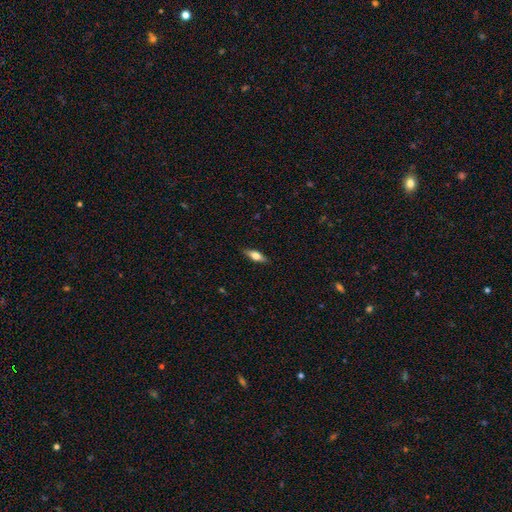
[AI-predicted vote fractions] Q: Smooth or featured?
A: smooth (57%); runner-up: featured or disk (36%)
Q: How rounded?
A: in between (61%); runner-up: cigar-shaped (35%)
Q: Merging?
A: none (87%); runner-up: minor disturbance (10%)